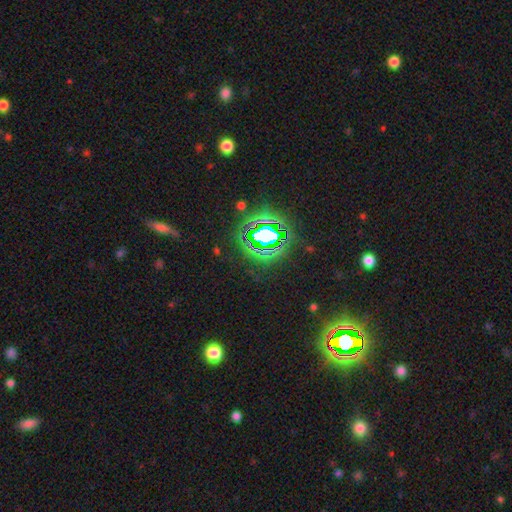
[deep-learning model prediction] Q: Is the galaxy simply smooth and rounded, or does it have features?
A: star or artifact — 82%.